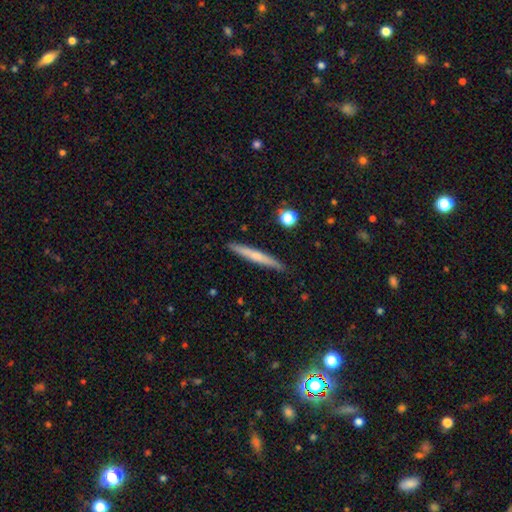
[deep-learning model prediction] A smooth galaxy with no disk features (54%) that is cigar-shaped (96%). Merging: none (90%).